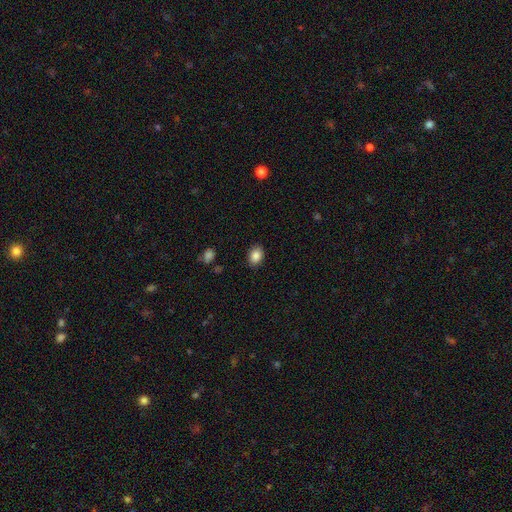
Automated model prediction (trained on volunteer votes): smooth 87%, star or artifact 9%, featured or disk 5%. Down the decision tree: how rounded — in between (66%); merging — none (87%).